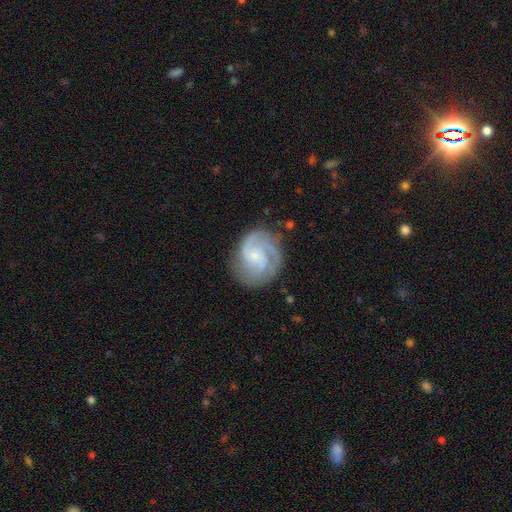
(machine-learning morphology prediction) Overall: featured or disk (84%). Edge-on disk: no (98%). Bar: no (57%; weak 37%). Spiral arms: yes (97%). Spiral arm count: 2 (41%; 3 33%). Spiral winding: medium (46%; tight 42%). Bulge size: small (70%). Merging: none (73%).